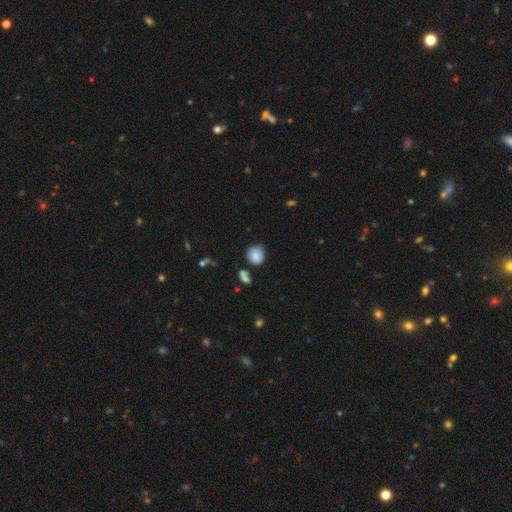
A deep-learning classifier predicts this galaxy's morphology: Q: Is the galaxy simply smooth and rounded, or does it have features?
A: smooth — 83%.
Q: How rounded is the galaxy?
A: round — 81%.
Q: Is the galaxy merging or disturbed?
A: none — 68%.